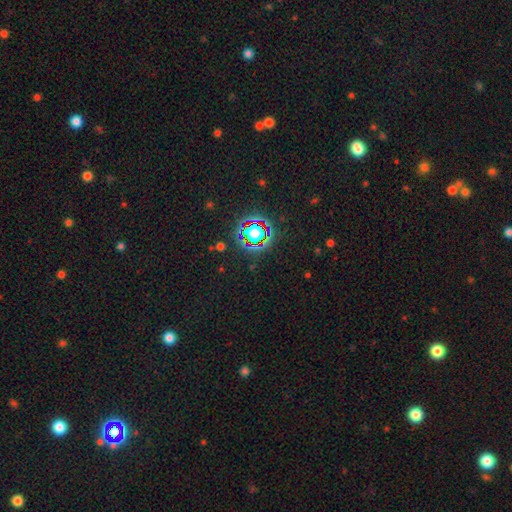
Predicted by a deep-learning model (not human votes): Morphology: type=star or artifact (77%).